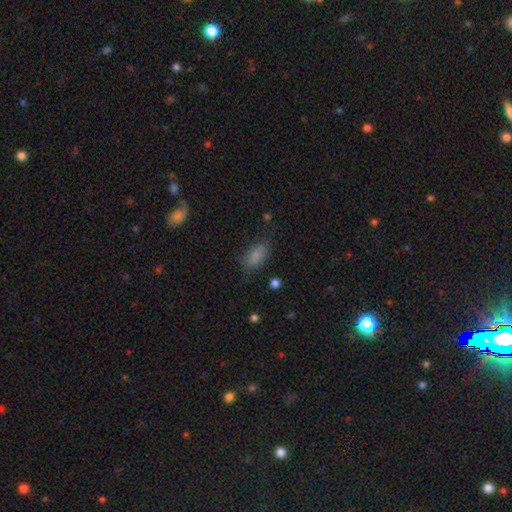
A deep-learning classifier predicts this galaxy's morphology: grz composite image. It shows a smooth galaxy with no disk features (84%) that is in between round and cigar-shaped (89%). Merging: none (75%).